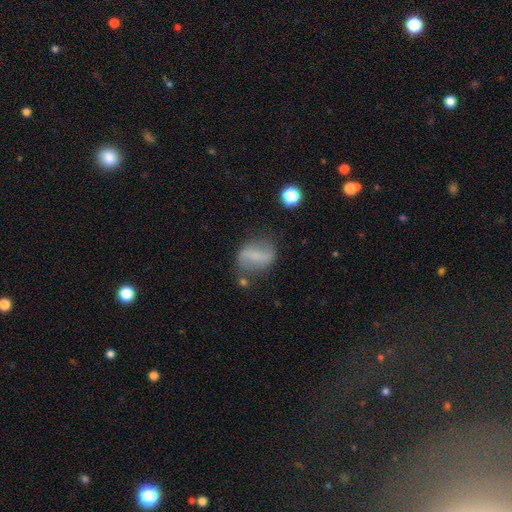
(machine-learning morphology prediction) Smooth or featured?
  - featured or disk: 53% *
  - smooth: 37%
  - star or artifact: 10%
Edge-on disk?
  - no: 95% *
  - yes: 5%
Bar?
  - strong: 51% *
  - weak: 30%
  - no: 19%
Spiral arms?
  - yes: 69% *
  - no: 31%
Bulge size?
  - none: 43% *
  - small: 42%
  - moderate: 11%
  - large: 2%
  - dominant: 1%
Merging?
  - none: 63% *
  - minor disturbance: 21%
  - major disturbance: 10%
  - merger: 6%